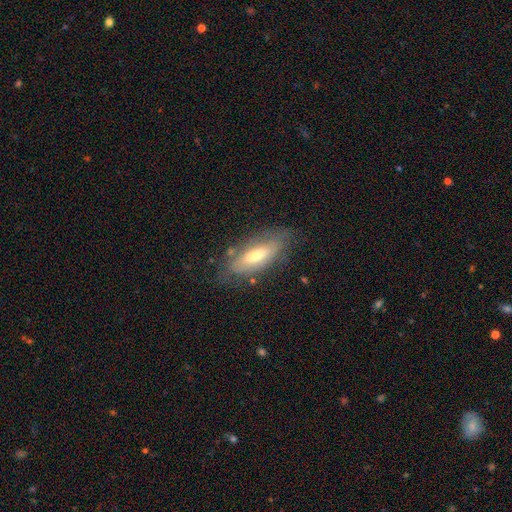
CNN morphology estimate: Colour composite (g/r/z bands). It shows a smooth galaxy with no disk features (50%) that is in between round and cigar-shaped (69%). Merging: none (73%).